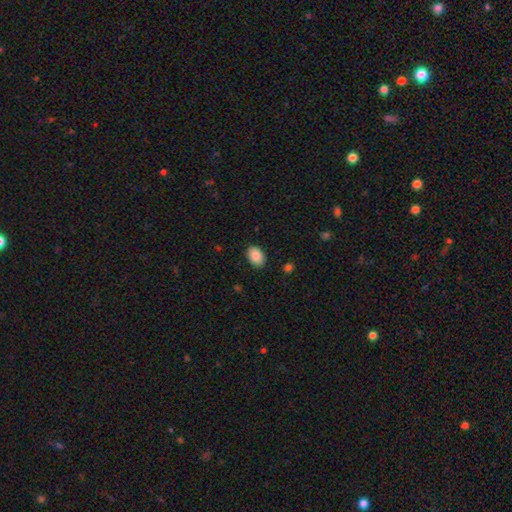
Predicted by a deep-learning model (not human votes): Overall: smooth (87%). How rounded: in between (86%). Merging: none (88%).